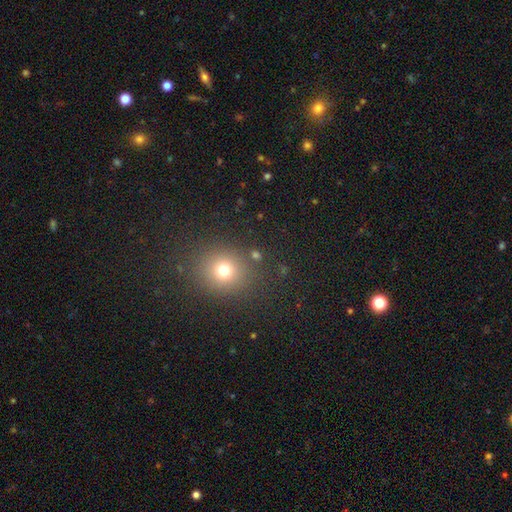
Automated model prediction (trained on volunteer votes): Smooth or featured?
  - smooth: 66% *
  - star or artifact: 26%
  - featured or disk: 8%
How rounded?
  - round: 81% *
  - in between: 18%
  - cigar-shaped: 1%
Merging?
  - none: 86% *
  - minor disturbance: 8%
  - major disturbance: 3%
  - merger: 3%